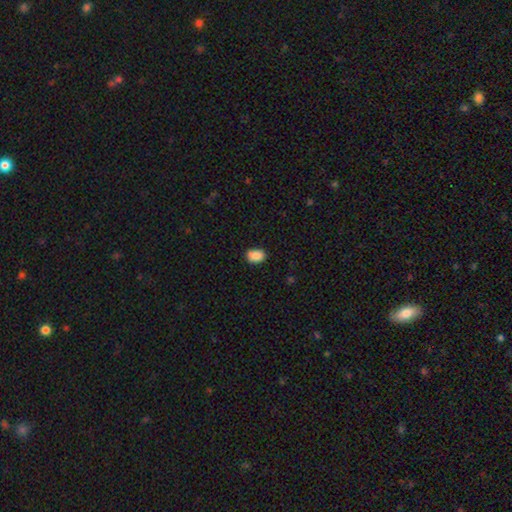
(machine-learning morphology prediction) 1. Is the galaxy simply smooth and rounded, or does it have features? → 88% smooth, 8% star or artifact, 4% featured or disk.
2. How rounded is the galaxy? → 74% in between, 25% round, 1% cigar-shaped.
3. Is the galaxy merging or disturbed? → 84% none, 13% minor disturbance, 2% major disturbance, 1% merger.